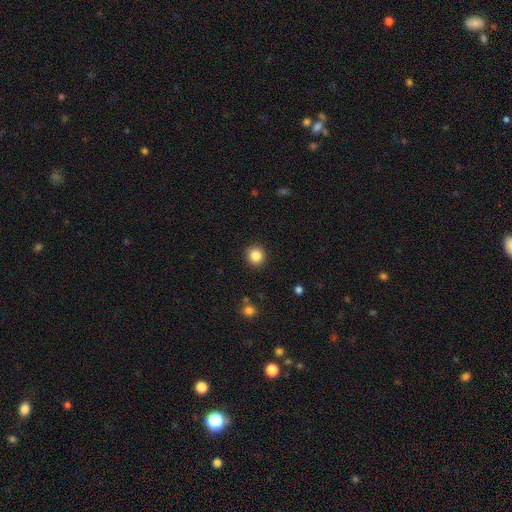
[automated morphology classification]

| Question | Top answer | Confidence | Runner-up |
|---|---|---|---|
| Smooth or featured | smooth | 85% | star or artifact (10%) |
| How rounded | round | 91% | in between (8%) |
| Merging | none | 91% | minor disturbance (6%) |